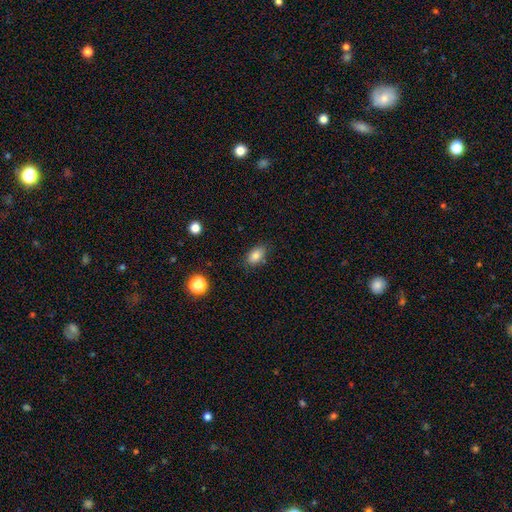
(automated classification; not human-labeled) Morphology: type=smooth (82%); roundness=in between (85%); merging=none (78%).